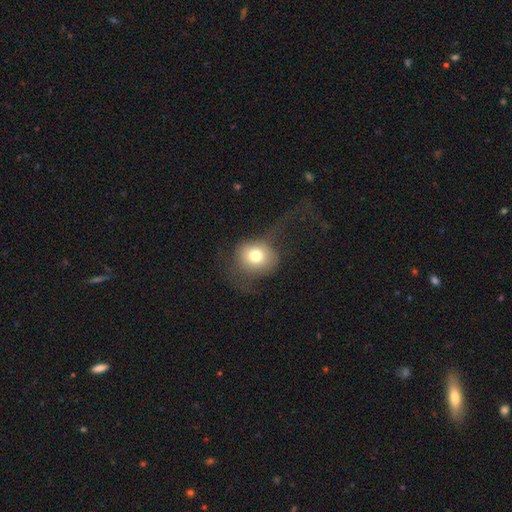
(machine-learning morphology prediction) Smooth or featured?
  - smooth: 70% *
  - featured or disk: 19%
  - star or artifact: 11%
How rounded?
  - round: 77% *
  - in between: 22%
  - cigar-shaped: 1%
Merging?
  - none: 41% *
  - major disturbance: 37%
  - minor disturbance: 20%
  - merger: 2%